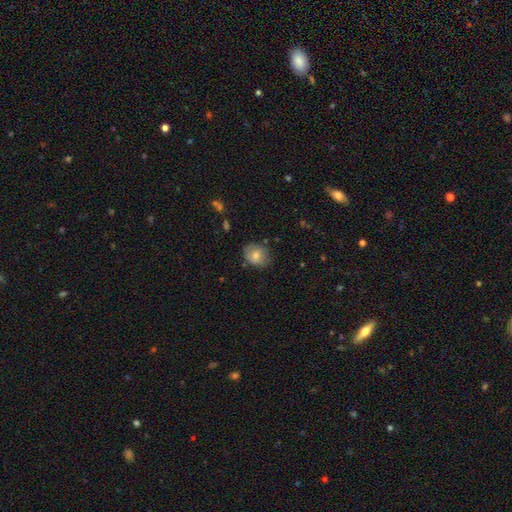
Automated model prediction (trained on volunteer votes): Smooth or featured? smooth (74%)
How rounded? in between (50%)
Merging? none (72%)